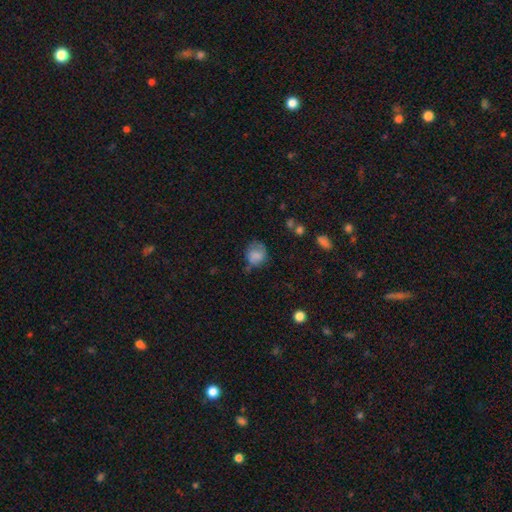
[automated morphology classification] Smooth or featured: smooth — 73% (featured or disk — 18%)
How rounded: round — 69% (in between — 30%)
Merging: none — 50% (minor disturbance — 31%)